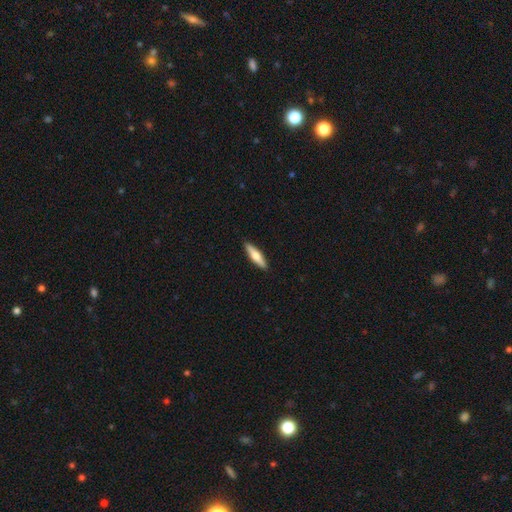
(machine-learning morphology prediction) Smooth or featured: smooth — 57% (featured or disk — 38%)
How rounded: cigar-shaped — 76% (in between — 22%)
Merging: none — 91% (minor disturbance — 7%)